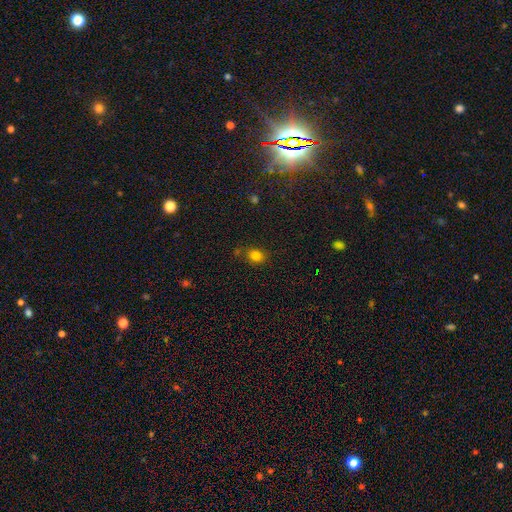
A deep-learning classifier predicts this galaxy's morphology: Overall: smooth (80%). How rounded: in between (50%; round 49%). Merging: none (73%).